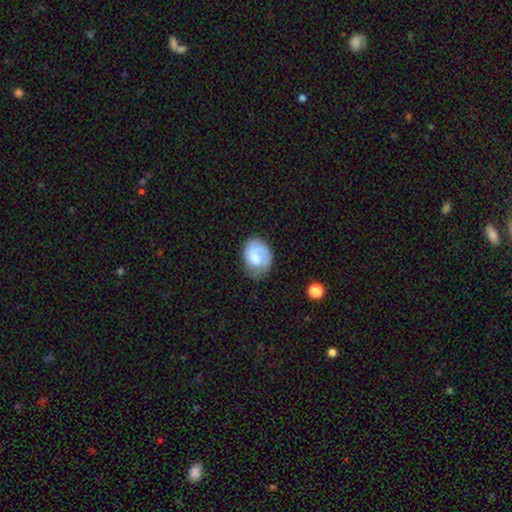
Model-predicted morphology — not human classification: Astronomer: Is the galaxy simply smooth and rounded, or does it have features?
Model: smooth — 58% (runner-up: featured or disk, 35%).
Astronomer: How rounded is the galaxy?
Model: in between — 67%.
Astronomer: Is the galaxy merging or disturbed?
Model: none — 60%.